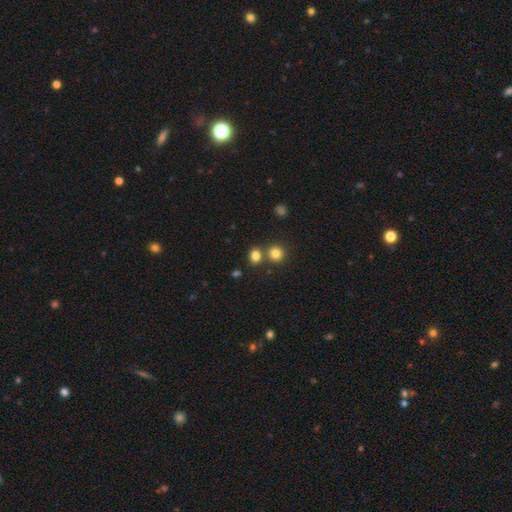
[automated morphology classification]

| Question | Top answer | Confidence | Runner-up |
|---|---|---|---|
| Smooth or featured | smooth | 81% | star or artifact (13%) |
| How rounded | round | 53% | in between (46%) |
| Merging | none | 63% | merger (25%) |